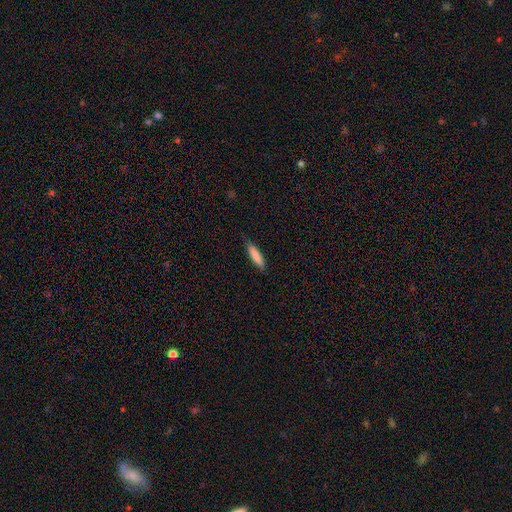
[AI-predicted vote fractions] The model was most divided on "how rounded": cigar-shaped: 79%, in between: 20%, round: 1%. More confident: smooth or featured — smooth (84%); merging — none (84%).